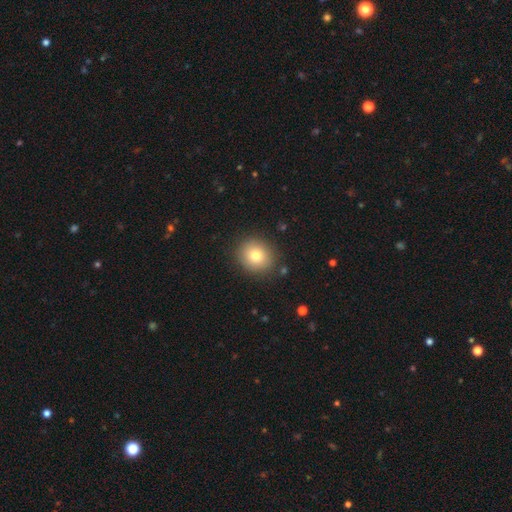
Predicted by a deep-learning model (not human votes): Smooth or featured? smooth (77%)
How rounded? round (81%)
Merging? none (88%)